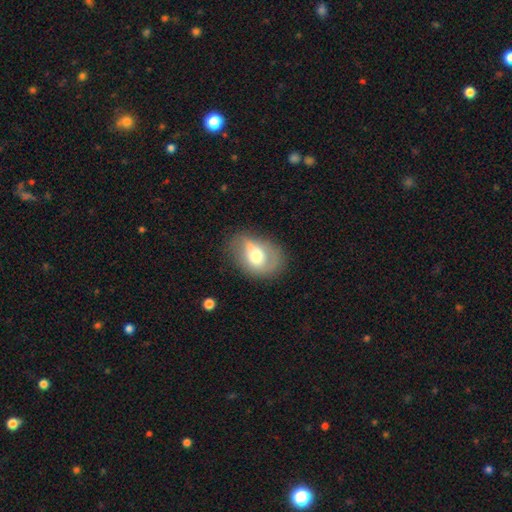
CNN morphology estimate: The model was most divided on "smooth or featured": smooth: 51%, featured or disk: 41%, star or artifact: 8%. More confident: how rounded — in between (66%); merging — none (56%).